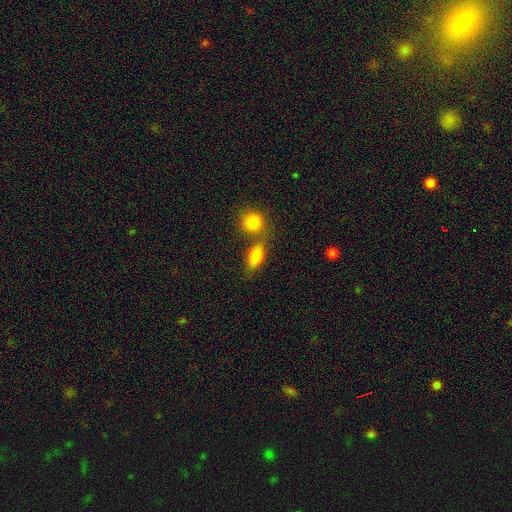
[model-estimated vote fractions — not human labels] Smooth or featured? smooth (81%)
How rounded? in between (79%)
Merging? none (53%)